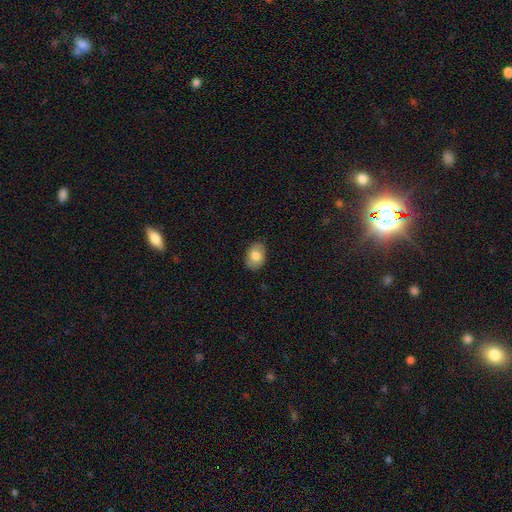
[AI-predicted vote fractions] smooth 79%, featured or disk 14%, star or artifact 7%. Down the decision tree: how rounded — in between (80%); merging — none (86%).